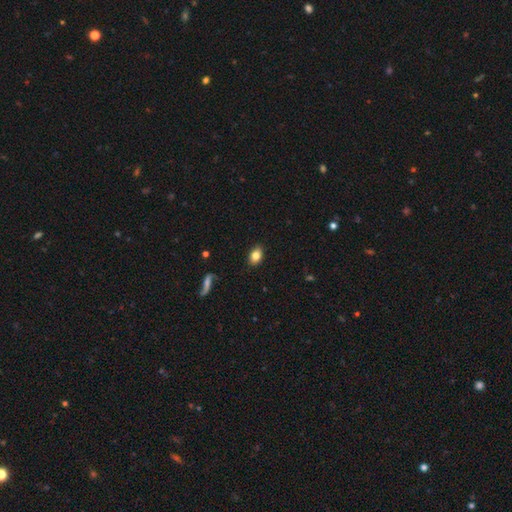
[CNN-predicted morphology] This appears to be a smooth galaxy with no disk features (81%) that is in between round and cigar-shaped (82%). Merging: none (88%).